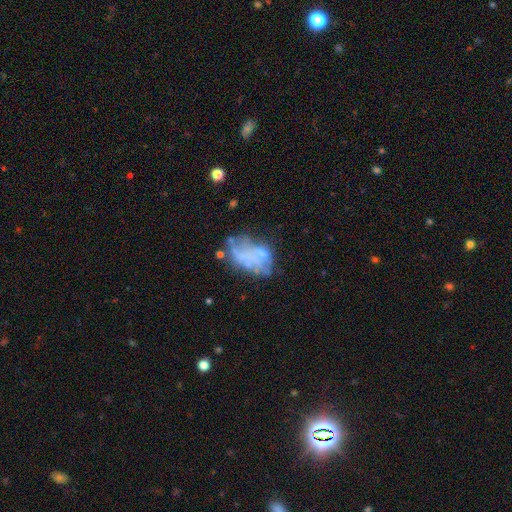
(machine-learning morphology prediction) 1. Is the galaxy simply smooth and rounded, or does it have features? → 53% featured or disk, 33% smooth, 14% star or artifact.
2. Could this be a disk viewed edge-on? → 97% no, 3% yes.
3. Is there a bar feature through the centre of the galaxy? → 91% no, 6% weak, 2% strong.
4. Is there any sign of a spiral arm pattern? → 91% no, 9% yes.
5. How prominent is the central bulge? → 74% none, 15% small, 8% moderate, 2% large, 1% dominant.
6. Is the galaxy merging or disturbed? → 37% none, 26% major disturbance, 24% minor disturbance, 13% merger.